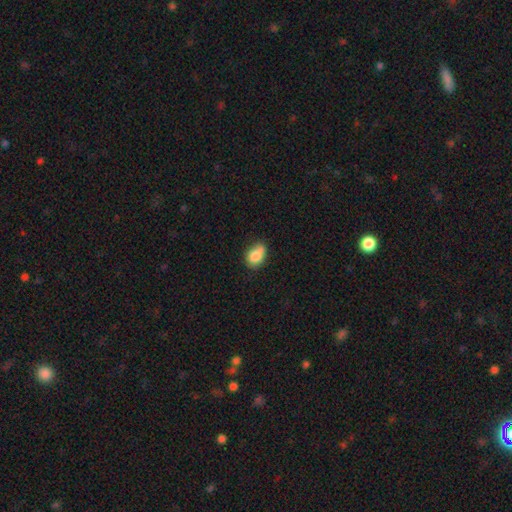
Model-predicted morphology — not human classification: Q: Smooth or featured?
A: smooth (81%); runner-up: featured or disk (10%)
Q: How rounded?
A: in between (74%); runner-up: round (24%)
Q: Merging?
A: none (45%); runner-up: minor disturbance (33%)